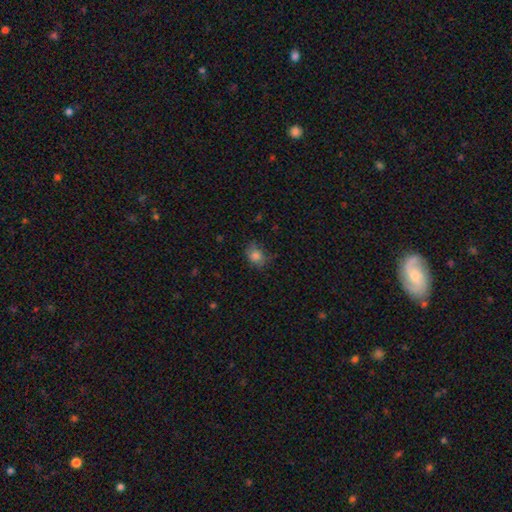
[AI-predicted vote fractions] A smooth galaxy with no disk features (80%) that is round (51%).

Vote fractions:
- Smooth or featured? smooth: 80% / star or artifact: 11% / featured or disk: 9%
- How rounded? round: 51% / in between: 48% / cigar-shaped: 1%
- Merging? none: 62% / minor disturbance: 27% / major disturbance: 9% / merger: 2%